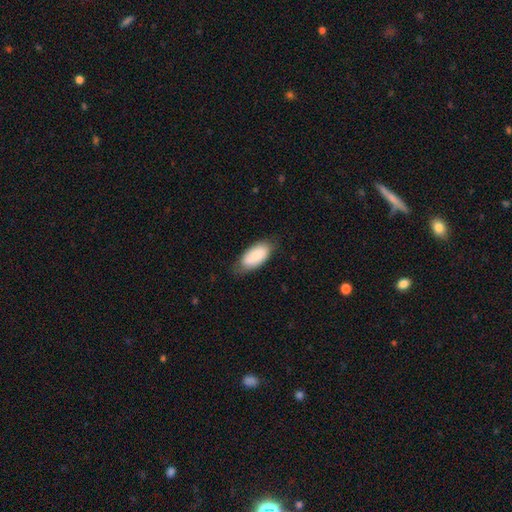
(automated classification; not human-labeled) Smooth or featured? Predicted: smooth (p=0.75). How rounded? Predicted: in between (p=0.93). Merging? Predicted: none (p=0.71).